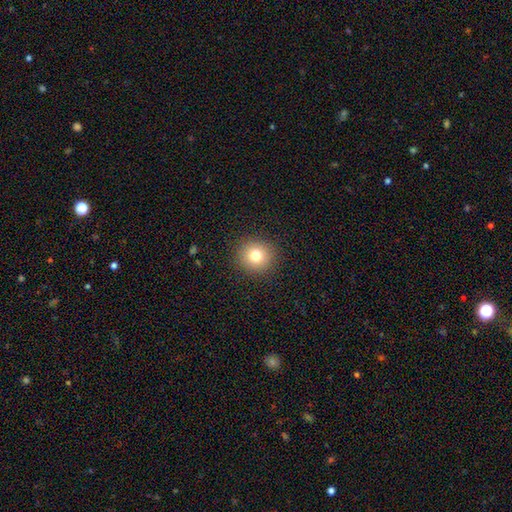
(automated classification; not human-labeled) Q: Smooth or featured?
A: smooth (77%); runner-up: star or artifact (12%)
Q: How rounded?
A: round (92%); runner-up: in between (7%)
Q: Merging?
A: none (91%); runner-up: minor disturbance (6%)